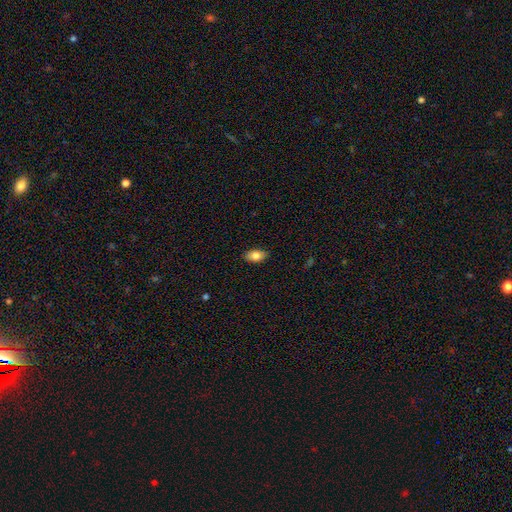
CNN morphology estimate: This appears to be a smooth galaxy with no disk features (81%) that is in between round and cigar-shaped (91%). Merging: none (86%).